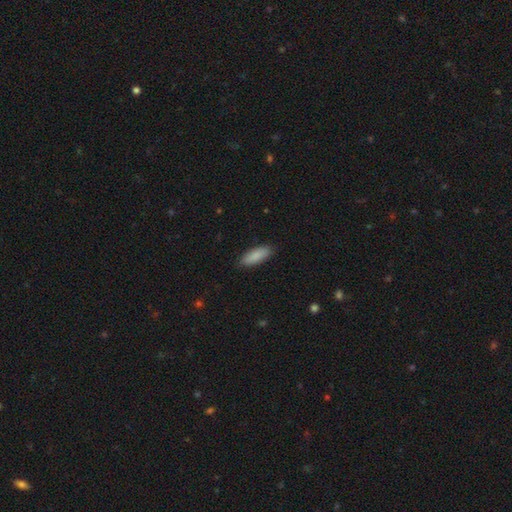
Smooth or featured? 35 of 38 (92%) said smooth. How rounded? 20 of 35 (57%) said in between. Merging? 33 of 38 (87%) said none.